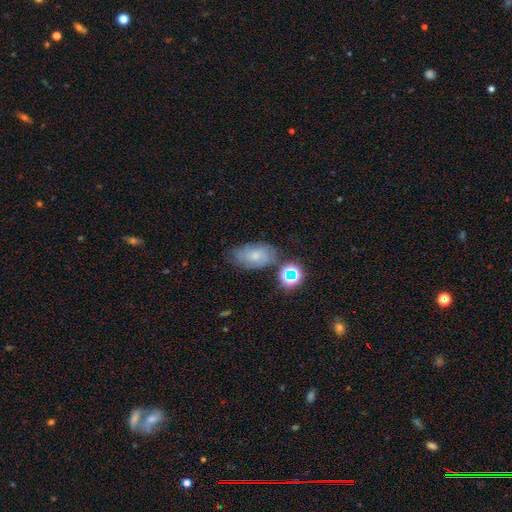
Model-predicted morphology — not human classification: smooth 50%, featured or disk 34%, star or artifact 16%. Down the decision tree: merging — none (64%).